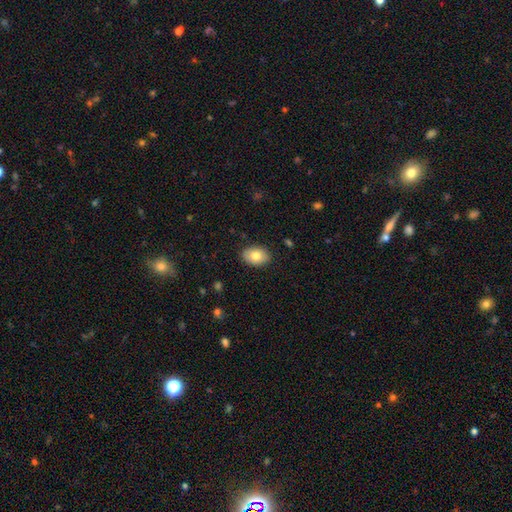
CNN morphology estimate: A smooth galaxy with no disk features (81%) that is in between round and cigar-shaped (83%).

Vote fractions:
- Smooth or featured? smooth: 81% / featured or disk: 12% / star or artifact: 7%
- How rounded? in between: 83% / round: 16% / cigar-shaped: 1%
- Merging? none: 88% / minor disturbance: 9% / major disturbance: 2% / merger: 1%